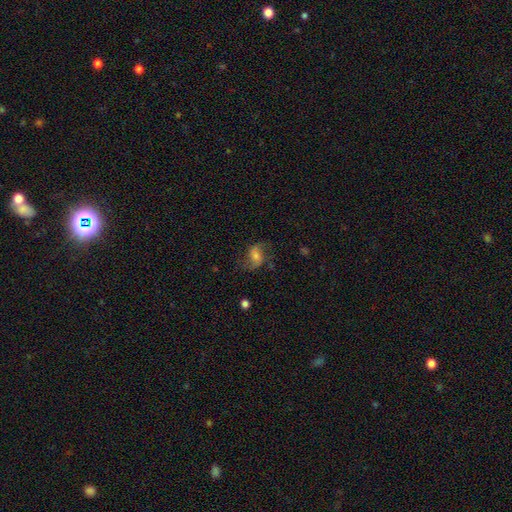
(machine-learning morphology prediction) Smooth or featured? Predicted: featured or disk (p=0.57). Edge-on disk? Predicted: no (p=0.96). Bar? Predicted: no (p=0.44). Spiral arms? Predicted: yes (p=0.89). Bulge size? Predicted: moderate (p=0.42). Merging? Predicted: none (p=0.66).